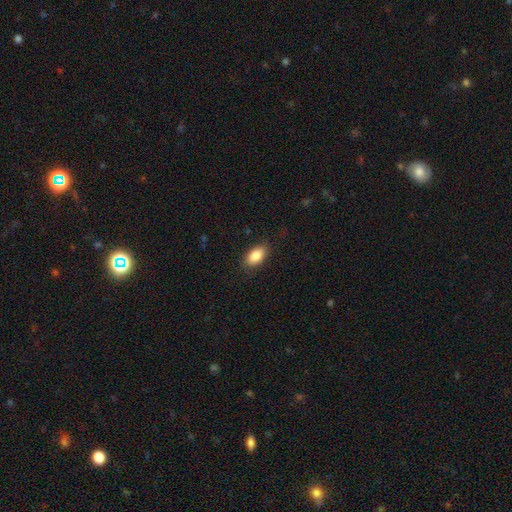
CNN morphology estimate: smooth 86%, star or artifact 7%, featured or disk 7%. Down the decision tree: how rounded — in between (92%); merging — none (86%).